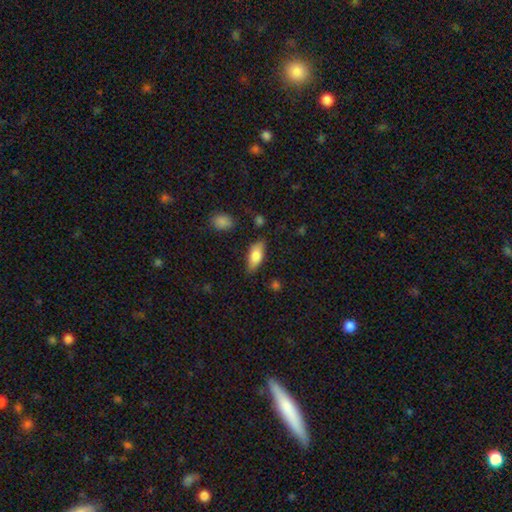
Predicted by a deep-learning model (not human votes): A smooth galaxy with no disk features (76%) that is in between round and cigar-shaped (81%). Merging: none (80%).